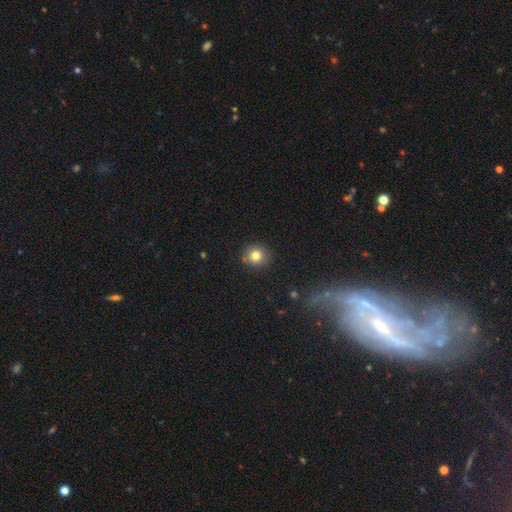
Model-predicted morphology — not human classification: Smooth or featured? smooth (80%)
How rounded? round (84%)
Merging? none (86%)